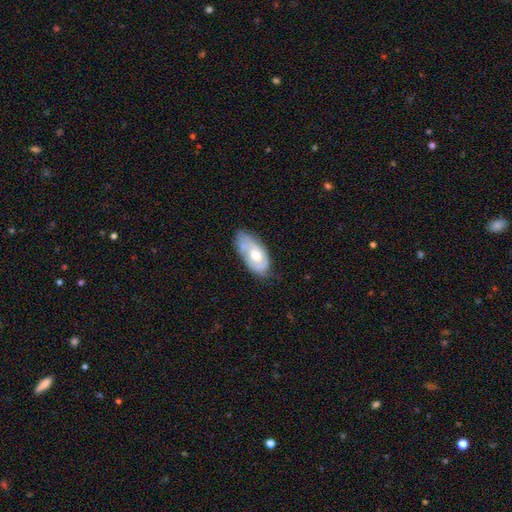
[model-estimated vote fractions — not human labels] The model was most divided on "merging": none: 52%, minor disturbance: 33%, major disturbance: 10%, merger: 4%. More confident: edge-on disk — no (91%); bar — no (76%); bulge size — moderate (69%); spiral arms — yes (68%); smooth or featured — featured or disk (58%).